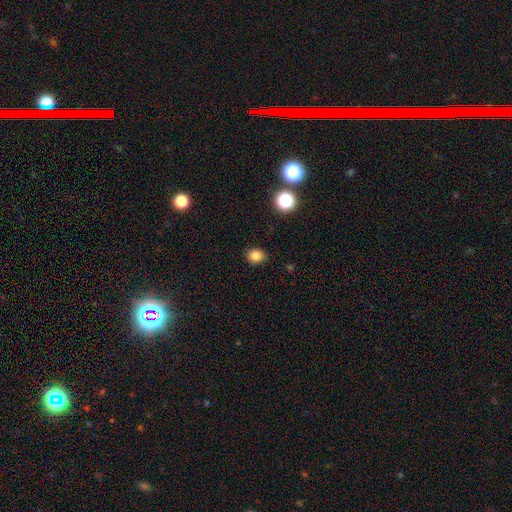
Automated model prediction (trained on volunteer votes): This is clearly a smooth galaxy (83%). How rounded: possibly round (54%). Merging: clearly none (88%).